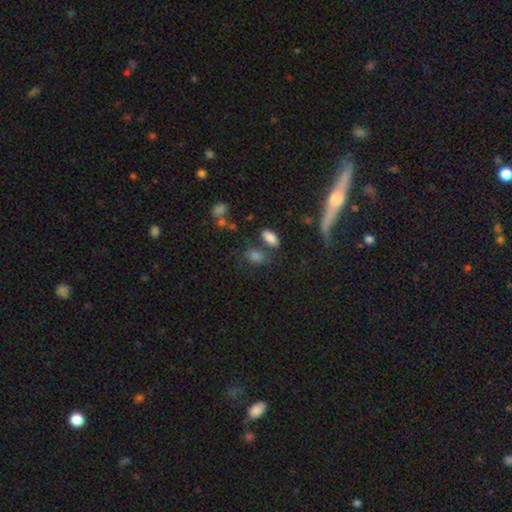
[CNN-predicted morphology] Smooth or featured: smooth — 73% (star or artifact — 15%)
How rounded: in between — 80% (round — 14%)
Merging: none — 60% (merger — 18%)